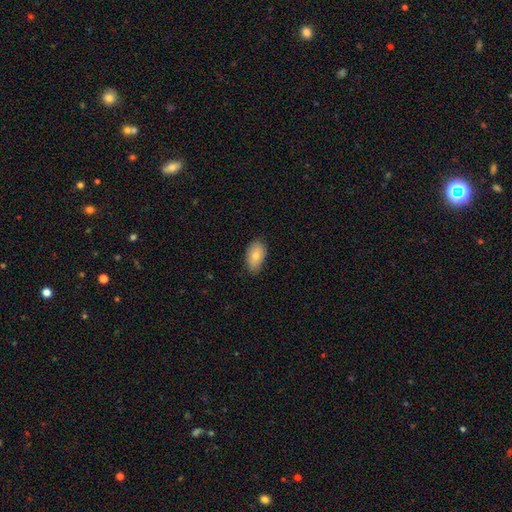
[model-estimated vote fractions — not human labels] A smooth galaxy with no disk features (79%) that is in between round and cigar-shaped (92%).

Vote fractions:
- Smooth or featured? smooth: 79% / featured or disk: 14% / star or artifact: 7%
- How rounded? in between: 92% / round: 7% / cigar-shaped: 2%
- Merging? none: 80% / minor disturbance: 16% / major disturbance: 3% / merger: 1%